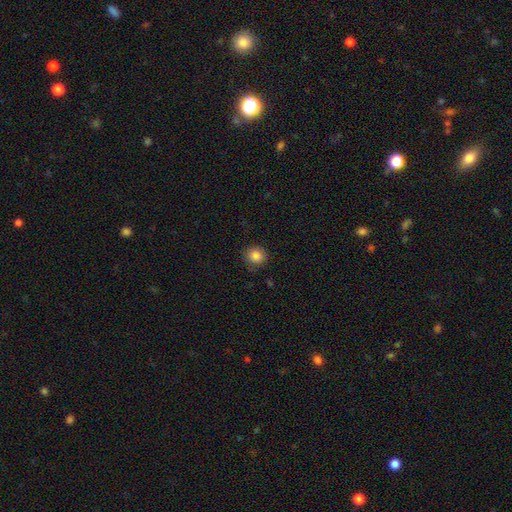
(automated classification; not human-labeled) smooth_or_featured: smooth (p=0.84) [alt: star or artifact p=0.10]
how_rounded: round (p=0.86) [alt: in between p=0.13]
merging: none (p=0.85) [alt: minor disturbance p=0.11]